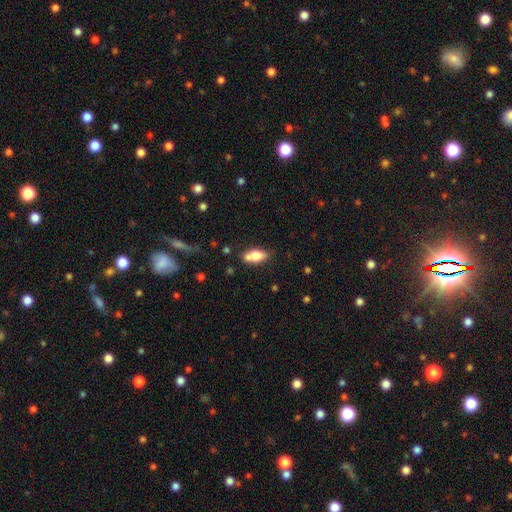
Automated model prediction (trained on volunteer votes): The model was most divided on "merging": none: 63%, minor disturbance: 17%, merger: 16%, major disturbance: 4%. More confident: how rounded — in between (84%); smooth or featured — smooth (72%).